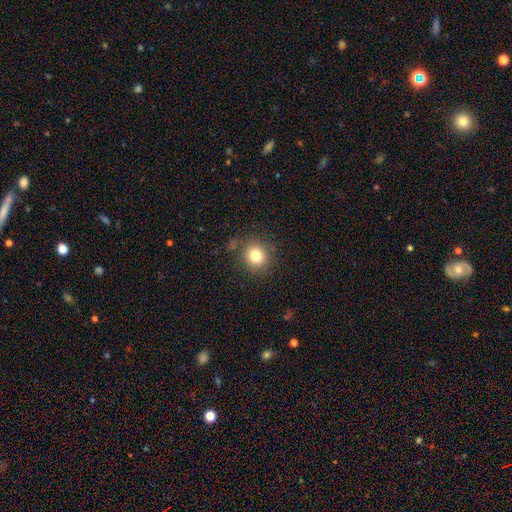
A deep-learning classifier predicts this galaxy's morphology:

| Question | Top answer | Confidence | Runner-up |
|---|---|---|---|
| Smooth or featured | smooth | 79% | star or artifact (13%) |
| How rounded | round | 86% | in between (13%) |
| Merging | none | 84% | minor disturbance (10%) |